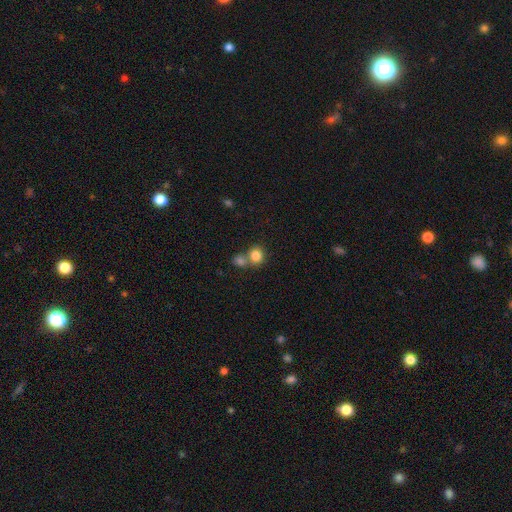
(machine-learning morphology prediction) Smooth or featured? Predicted: smooth (p=0.83). How rounded? Predicted: round (p=0.79). Merging? Predicted: none (p=0.47).